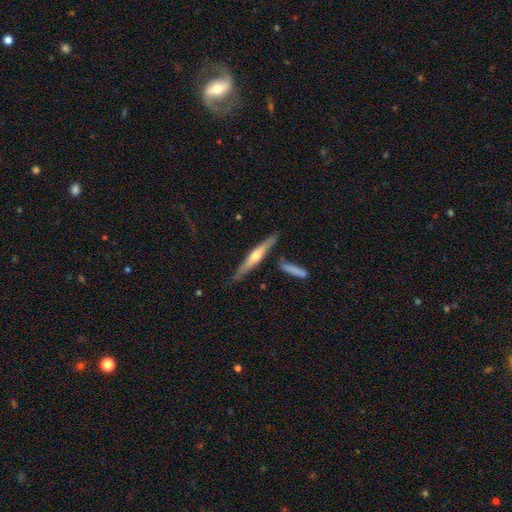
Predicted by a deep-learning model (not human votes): Smooth or featured? Predicted: featured or disk (p=0.68). Edge-on disk? Predicted: yes (p=0.96). Edge-on bulge? Predicted: rounded (p=0.85). Merging? Predicted: none (p=0.81).